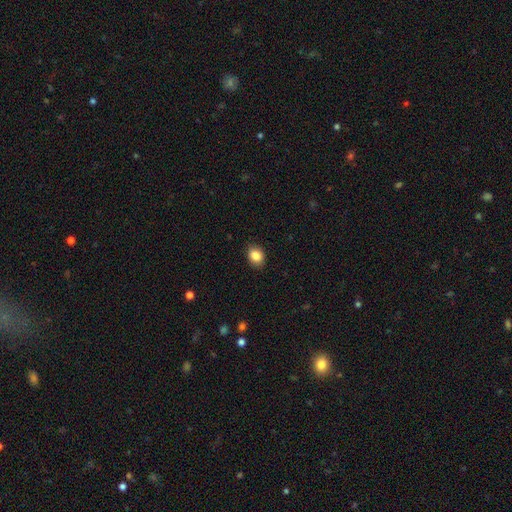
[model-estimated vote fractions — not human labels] Smooth or featured: smooth — 87% (star or artifact — 9%)
How rounded: in between — 60% (round — 39%)
Merging: none — 88% (minor disturbance — 9%)